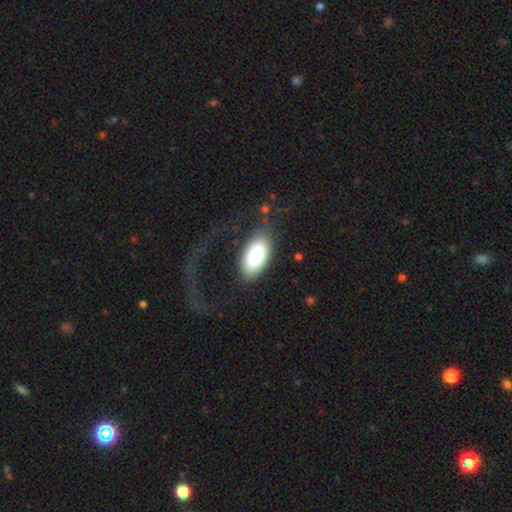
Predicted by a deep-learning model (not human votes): Overall: smooth (81%). How rounded: in between (94%). Merging: none (55%; major disturbance 25%).